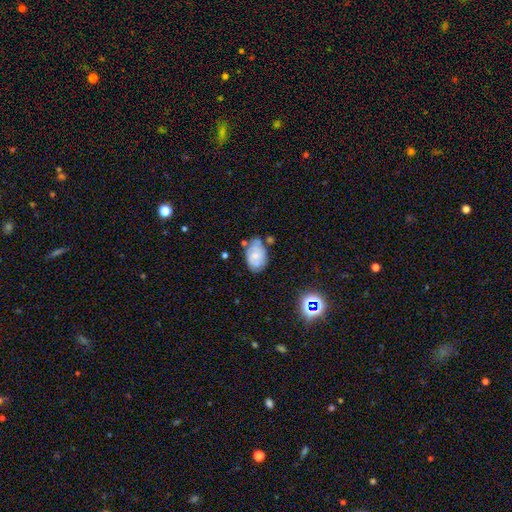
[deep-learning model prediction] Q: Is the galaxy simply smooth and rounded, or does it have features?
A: smooth — 52%.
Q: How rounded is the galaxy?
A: in between — 87%.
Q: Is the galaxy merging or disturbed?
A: none — 55%.